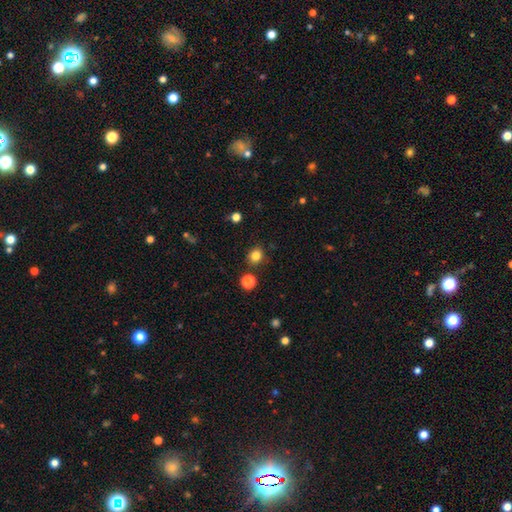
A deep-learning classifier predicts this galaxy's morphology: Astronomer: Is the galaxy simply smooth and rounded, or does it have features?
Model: smooth — 82%.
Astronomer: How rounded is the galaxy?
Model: round — 73%.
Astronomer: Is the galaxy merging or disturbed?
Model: none — 85%.